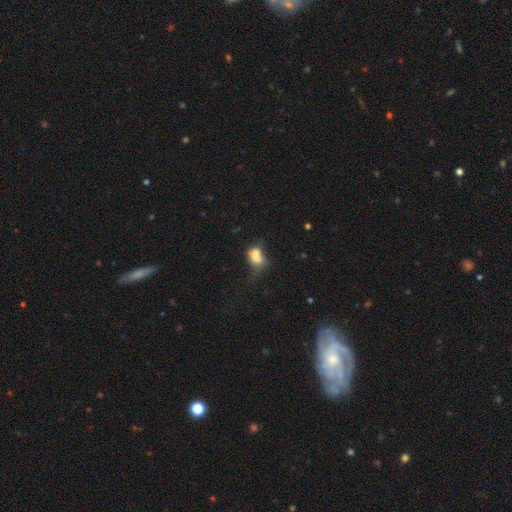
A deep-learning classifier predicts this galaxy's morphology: This appears to be a smooth galaxy with no disk features (67%) that is in between round and cigar-shaped (65%). Merging: merger (41%).